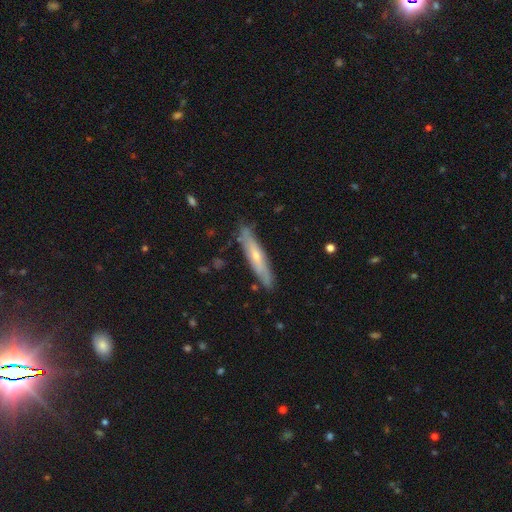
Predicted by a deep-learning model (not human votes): smooth-or-featured: featured or disk: 51% | smooth: 43% | star or artifact: 6%
  disk-edge-on: yes: 74% | no: 26%
  merging: none: 83% | minor disturbance: 13% | major disturbance: 2% | merger: 2%